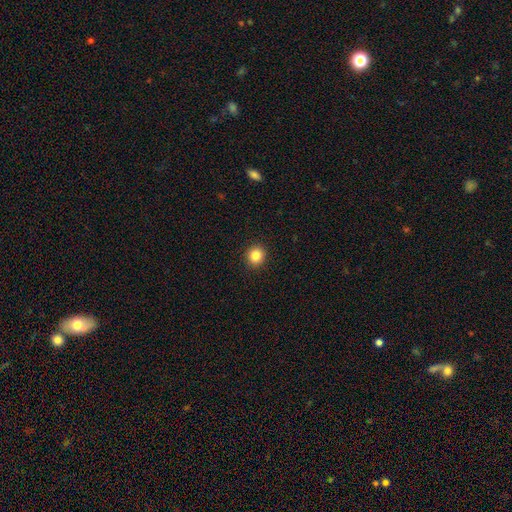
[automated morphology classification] type=smooth (84%); roundness=round (89%); merging=none (92%).